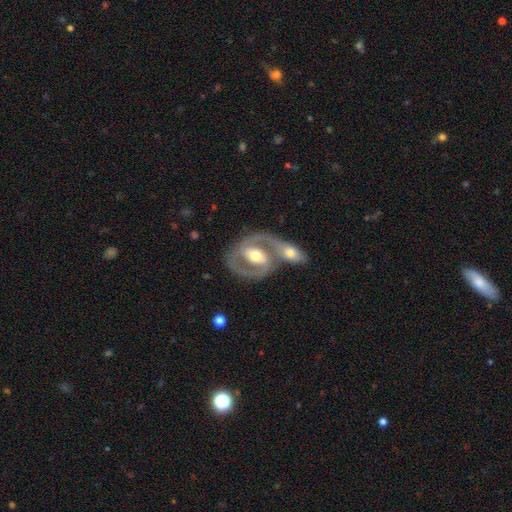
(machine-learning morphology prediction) Smooth or featured?
  - featured or disk: 82% *
  - smooth: 14%
  - star or artifact: 5%
Edge-on disk?
  - no: 95% *
  - yes: 5%
Bar?
  - strong: 40% *
  - weak: 36%
  - no: 23%
Spiral arms?
  - yes: 83% *
  - no: 17%
Spiral winding?
  - medium: 52% *
  - tight: 35%
  - loose: 13%
Spiral arm count?
  - 2: 85% *
  - can't tell: 7%
  - 1: 5%
  - 3: 2%
  - 4: 1%
  - more than 4: 1%
Bulge size?
  - moderate: 74% *
  - small: 13%
  - large: 11%
  - dominant: 1%
  - none: 1%
Merging?
  - none: 47% *
  - merger: 36%
  - minor disturbance: 11%
  - major disturbance: 6%